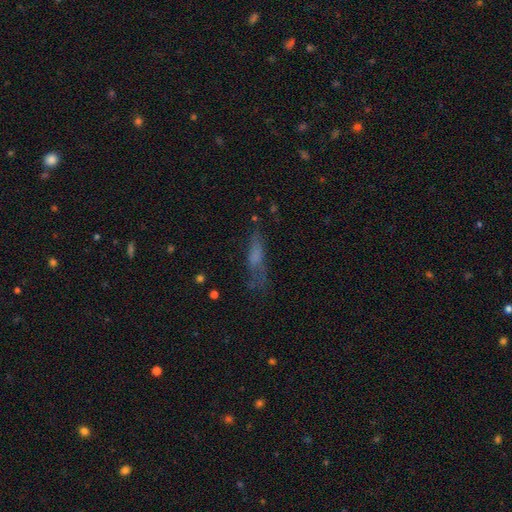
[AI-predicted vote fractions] smooth-or-featured: smooth: 54% | featured or disk: 32% | star or artifact: 14%
  how-rounded: cigar-shaped: 71% | in between: 27% | round: 3%
  merging: none: 53% | minor disturbance: 24% | major disturbance: 19% | merger: 4%